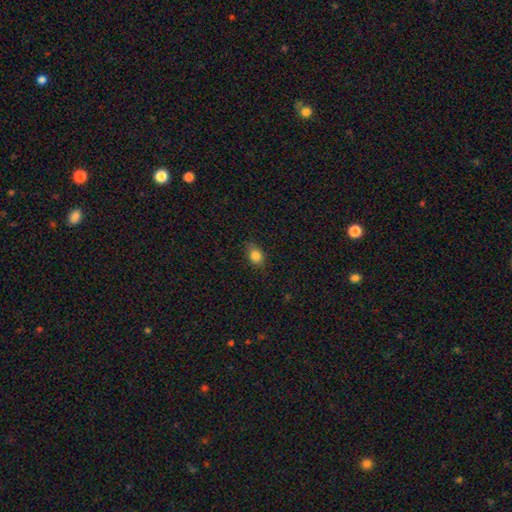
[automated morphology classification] smooth_or_featured: smooth (p=0.83) [alt: star or artifact p=0.10]
how_rounded: in between (p=0.62) [alt: round p=0.36]
merging: none (p=0.82) [alt: minor disturbance p=0.14]